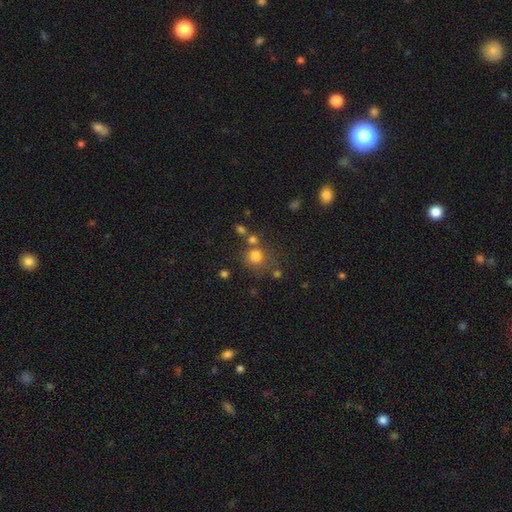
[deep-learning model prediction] smooth_or_featured: smooth (p=0.76) [alt: star or artifact p=0.15]
how_rounded: round (p=0.86) [alt: in between p=0.13]
merging: none (p=0.62) [alt: merger p=0.19]